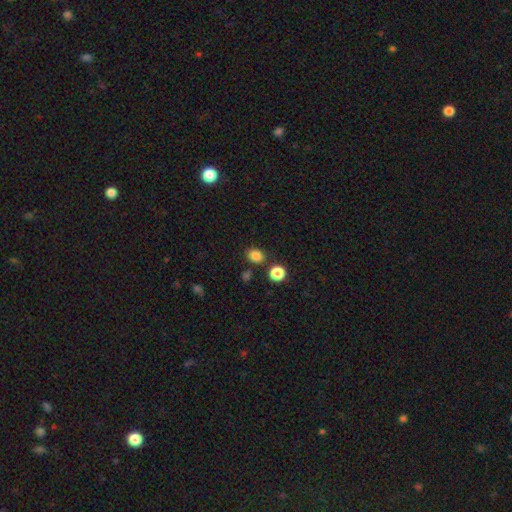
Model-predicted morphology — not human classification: Smooth or featured: smooth — 83% (star or artifact — 13%)
How rounded: round — 60% (in between — 39%)
Merging: none — 80% (minor disturbance — 10%)